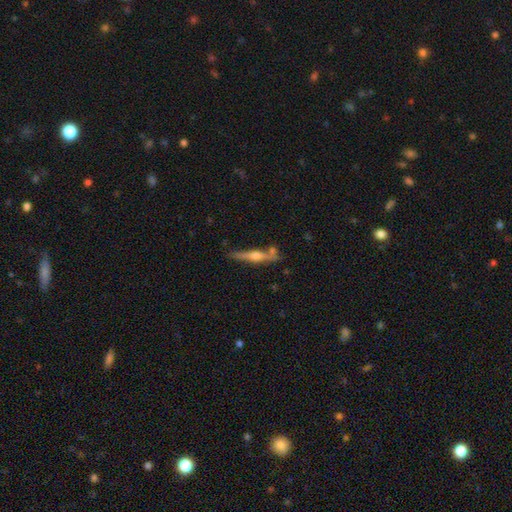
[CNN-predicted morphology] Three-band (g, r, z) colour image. It shows a featured or disk galaxy (71%) viewed edge-on (97%) with a rounded central bulge (85%). Merging: none (74%).